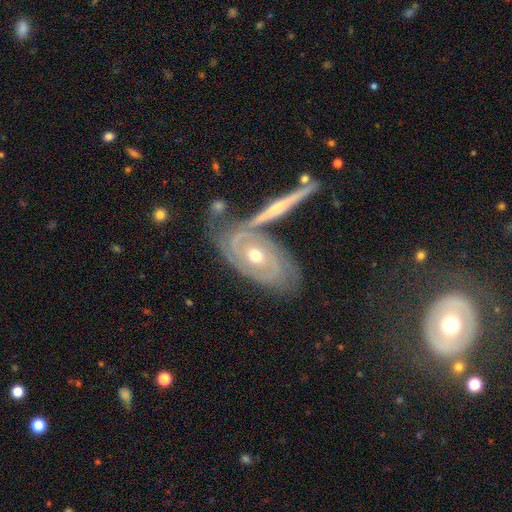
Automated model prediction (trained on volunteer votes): Q: Smooth or featured?
A: featured or disk (85%); runner-up: smooth (10%)
Q: Edge-on disk?
A: no (88%); runner-up: yes (12%)
Q: Bar?
A: no (71%); runner-up: weak (21%)
Q: Spiral arms?
A: yes (93%); runner-up: no (7%)
Q: Spiral winding?
A: tight (68%); runner-up: medium (26%)
Q: Spiral arm count?
A: 2 (58%); runner-up: can't tell (21%)
Q: Bulge size?
A: moderate (60%); runner-up: small (37%)
Q: Merging?
A: none (55%); runner-up: merger (19%)